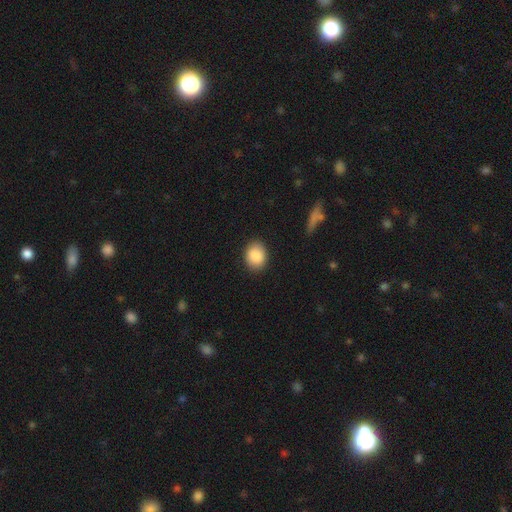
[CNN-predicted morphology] A smooth galaxy with no disk features (89%) that is in between round and cigar-shaped (50%). Merging: none (87%).